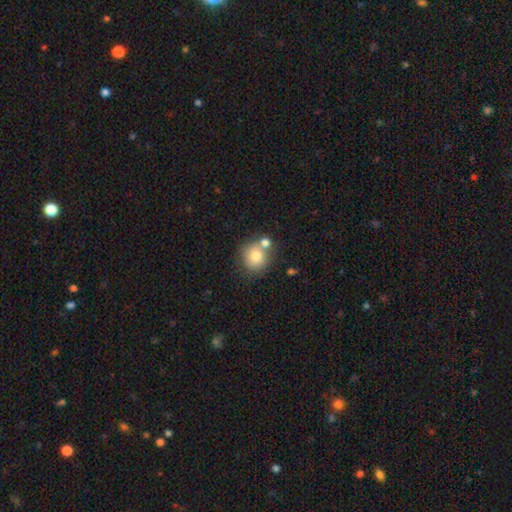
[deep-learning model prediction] smooth-or-featured: smooth: 77% | featured or disk: 13% | star or artifact: 10%
  how-rounded: round: 86% | in between: 13% | cigar-shaped: 1%
  merging: none: 55% | merger: 30% | minor disturbance: 11% | major disturbance: 4%